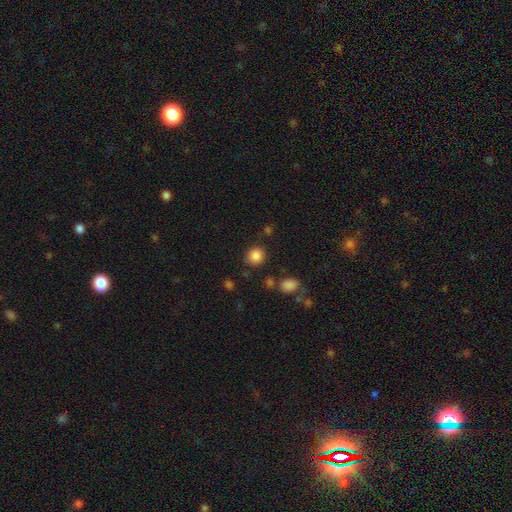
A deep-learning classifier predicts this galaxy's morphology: smooth_or_featured: smooth (p=0.85) [alt: star or artifact p=0.11]
how_rounded: round (p=0.84) [alt: in between p=0.15]
merging: none (p=0.84) [alt: minor disturbance p=0.09]